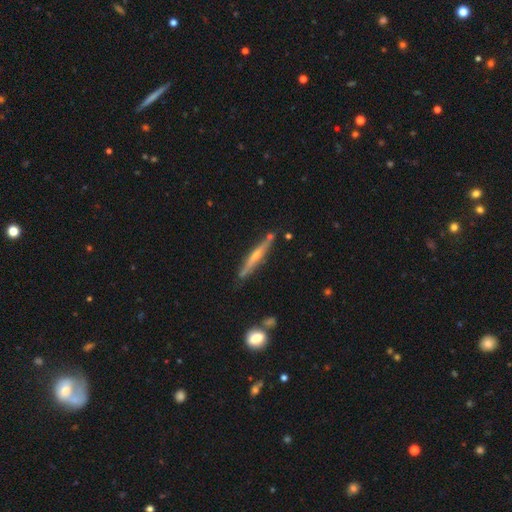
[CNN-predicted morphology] This is likely a featured or disk galaxy (65%). It is clearly viewed edge-on (96%). Edge-on bulge: likely rounded (66%). Merging: clearly none (81%).